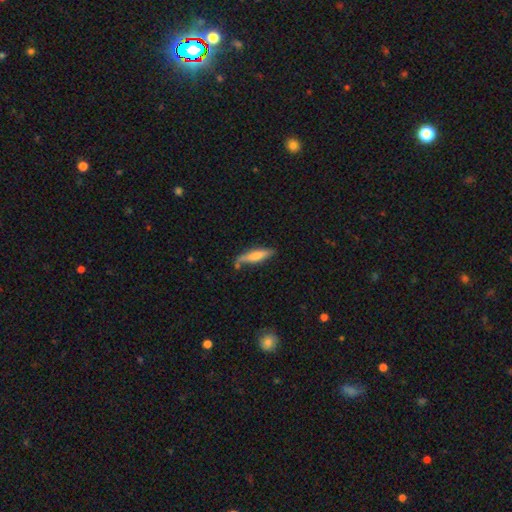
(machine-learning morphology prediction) This appears to be a smooth galaxy with no disk features (55%) that is cigar-shaped (81%). Merging: none (68%).